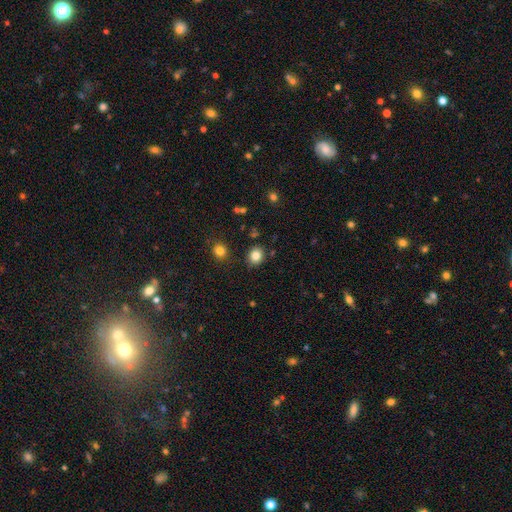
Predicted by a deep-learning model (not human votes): The model was most divided on "how rounded": round: 71%, in between: 28%, cigar-shaped: 1%. More confident: merging — none (86%); smooth or featured — smooth (83%).